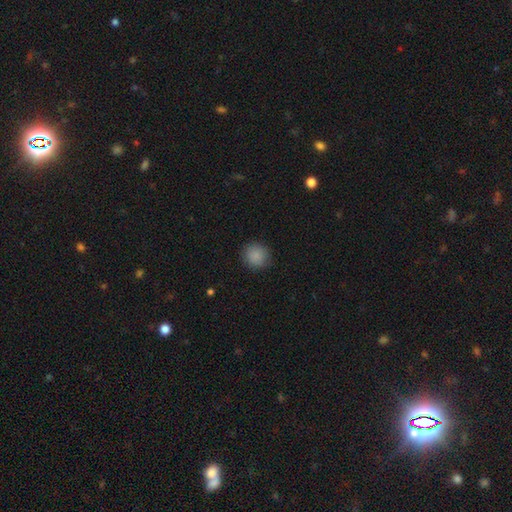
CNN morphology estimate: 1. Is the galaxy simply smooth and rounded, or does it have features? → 88% smooth, 9% star or artifact, 3% featured or disk.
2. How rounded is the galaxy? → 92% round, 7% in between, 1% cigar-shaped.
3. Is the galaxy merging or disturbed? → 89% none, 8% minor disturbance, 2% major disturbance, 1% merger.